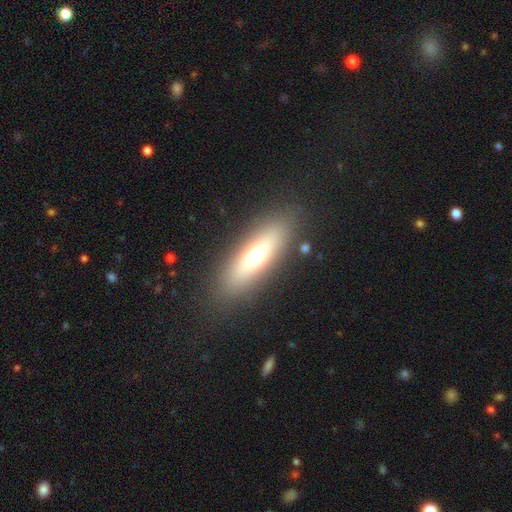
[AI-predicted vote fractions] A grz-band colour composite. It shows a smooth galaxy with no disk features (58%) that is in between round and cigar-shaped (54%). Merging: none (85%).